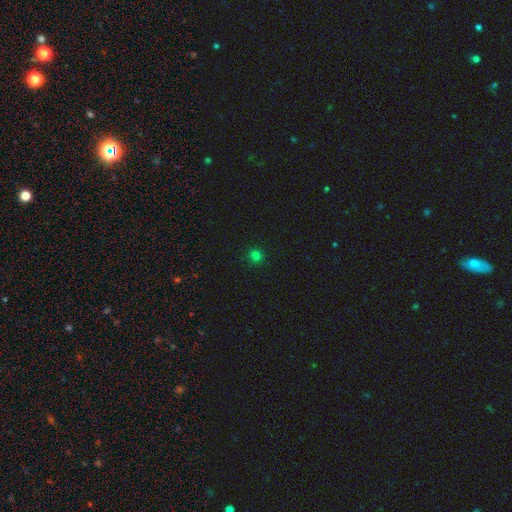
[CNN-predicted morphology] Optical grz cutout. It shows a smooth galaxy with no disk features (77%) that is round (90%). Merging: none (90%).